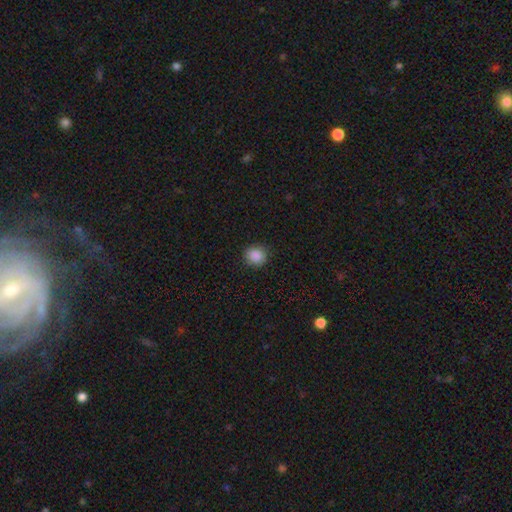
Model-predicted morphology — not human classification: Smooth or featured: smooth — 88% (star or artifact — 9%)
How rounded: round — 86% (in between — 13%)
Merging: none — 90% (minor disturbance — 7%)